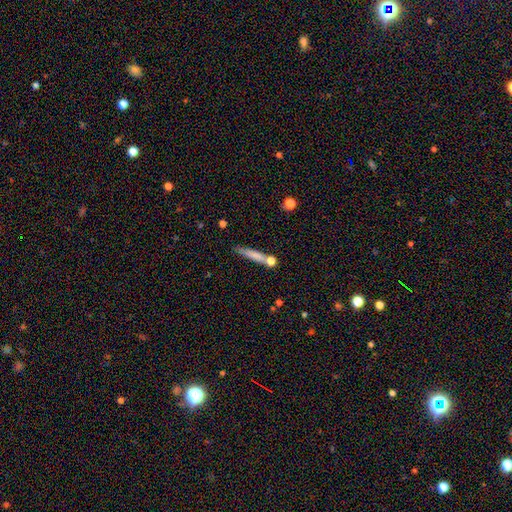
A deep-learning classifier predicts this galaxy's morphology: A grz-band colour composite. It shows a smooth galaxy with no disk features (70%) that is cigar-shaped (90%). Merging: none (66%).